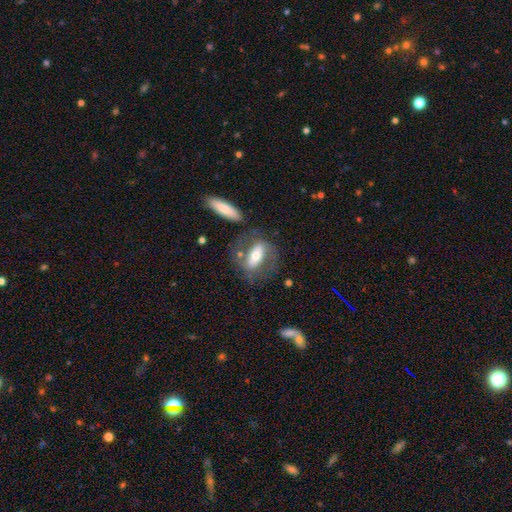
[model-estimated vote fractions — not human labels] smooth-or-featured: featured or disk: 53% | smooth: 40% | star or artifact: 7%
  disk-edge-on: no: 82% | yes: 18%
  merging: none: 55% | minor disturbance: 17% | major disturbance: 14% | merger: 14%